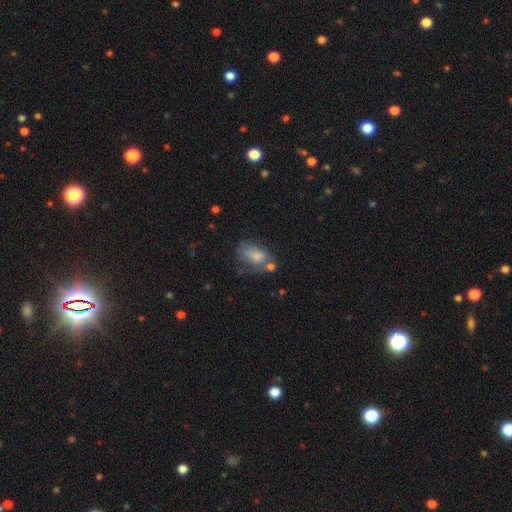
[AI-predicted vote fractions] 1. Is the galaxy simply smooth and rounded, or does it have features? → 72% smooth, 19% featured or disk, 9% star or artifact.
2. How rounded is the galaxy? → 86% in between, 11% round, 3% cigar-shaped.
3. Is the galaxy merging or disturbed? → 42% none, 28% minor disturbance, 16% major disturbance, 13% merger.